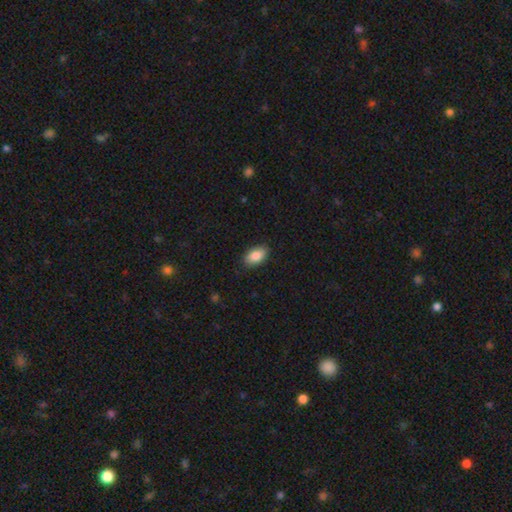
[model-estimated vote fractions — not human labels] Smooth or featured?
  - smooth: 86% *
  - featured or disk: 7%
  - star or artifact: 7%
How rounded?
  - in between: 92% *
  - round: 5%
  - cigar-shaped: 2%
Merging?
  - none: 86% *
  - minor disturbance: 10%
  - major disturbance: 2%
  - merger: 1%